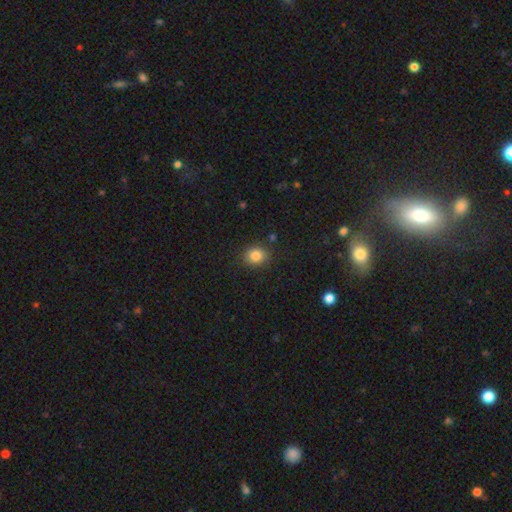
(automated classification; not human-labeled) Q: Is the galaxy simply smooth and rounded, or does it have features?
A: smooth — 84%.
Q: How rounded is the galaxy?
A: round — 70%.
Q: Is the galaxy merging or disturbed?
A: none — 85%.